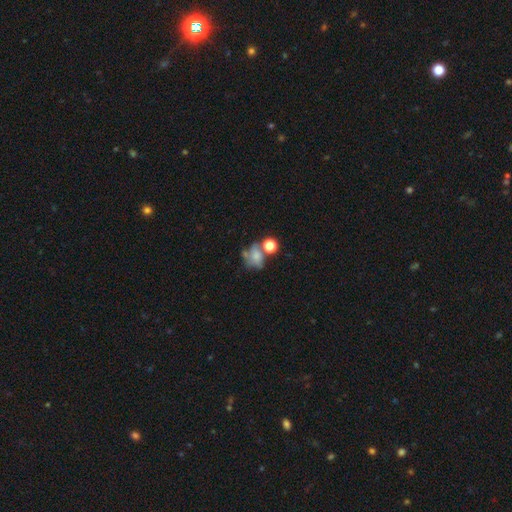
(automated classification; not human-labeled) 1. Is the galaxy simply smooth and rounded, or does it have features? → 62% smooth, 22% featured or disk, 16% star or artifact.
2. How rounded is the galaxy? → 51% round, 47% in between, 1% cigar-shaped.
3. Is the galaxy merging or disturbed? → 34% merger, 32% none, 17% minor disturbance, 17% major disturbance.